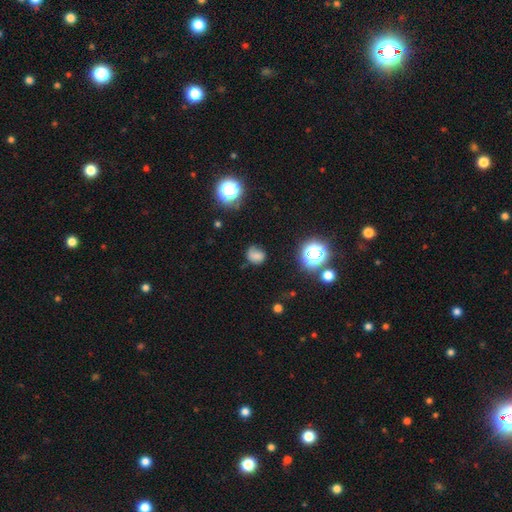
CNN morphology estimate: This appears to be a smooth galaxy with no disk features (67%) that is round (62%). Merging: none (56%).